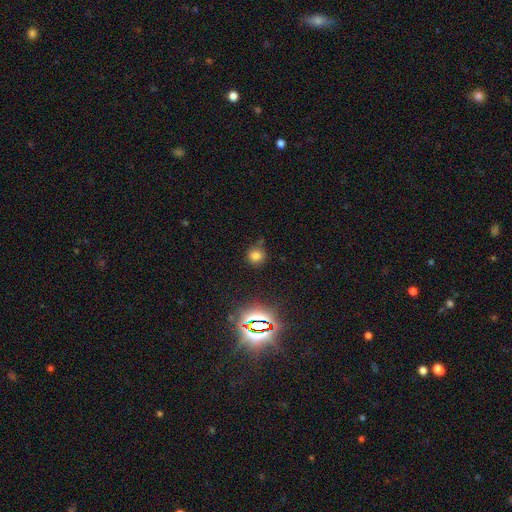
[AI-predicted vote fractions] Morphology: type=smooth (72%); roundness=round (90%); merging=none (78%).